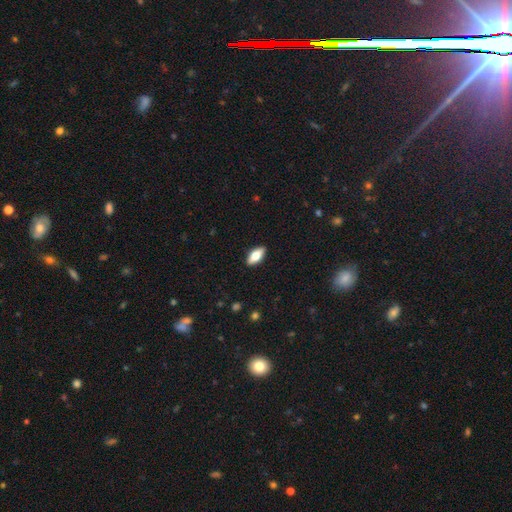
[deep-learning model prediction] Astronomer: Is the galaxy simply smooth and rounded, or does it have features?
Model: smooth — 71%.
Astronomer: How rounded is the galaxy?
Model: in between — 85%.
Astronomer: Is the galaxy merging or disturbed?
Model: none — 89%.